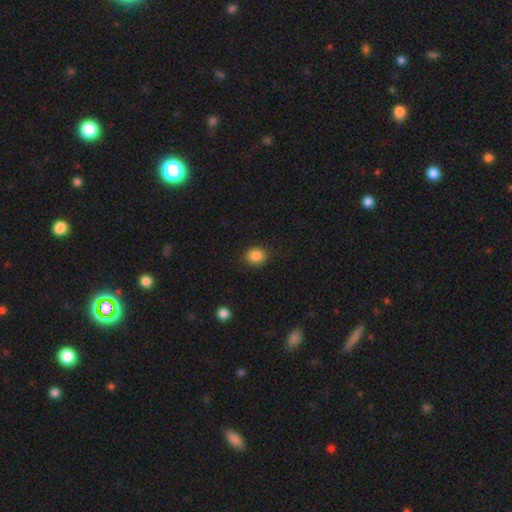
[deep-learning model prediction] This appears to be a smooth galaxy with no disk features (86%) that is round (61%). Merging: none (86%).